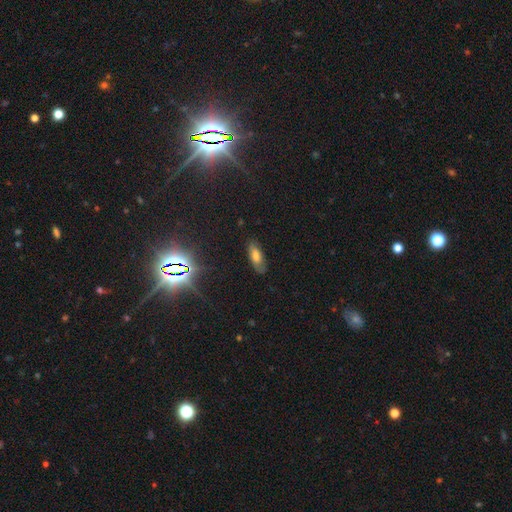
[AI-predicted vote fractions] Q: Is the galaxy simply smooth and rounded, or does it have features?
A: smooth — 64%.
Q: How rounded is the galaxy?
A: in between — 75%.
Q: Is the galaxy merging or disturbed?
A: none — 76%.